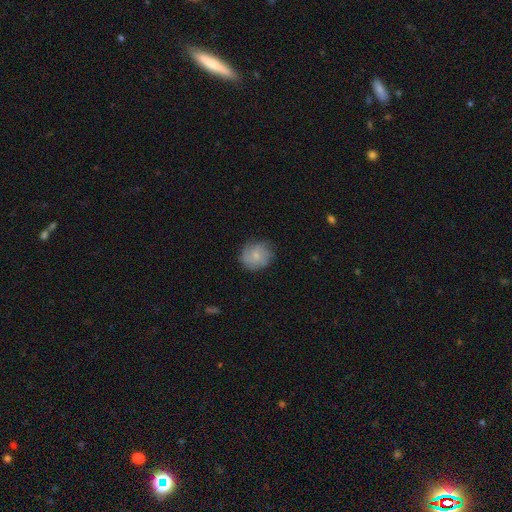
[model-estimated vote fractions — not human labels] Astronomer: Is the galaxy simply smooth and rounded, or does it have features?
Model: smooth — 65%.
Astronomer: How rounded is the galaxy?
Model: round — 77%.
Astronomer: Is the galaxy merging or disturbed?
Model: none — 73%.